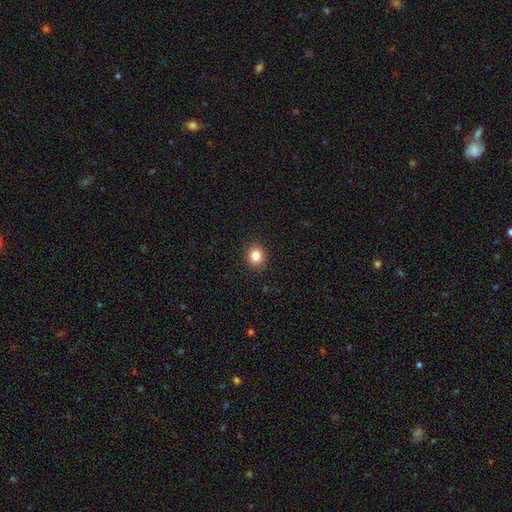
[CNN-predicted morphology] smooth_or_featured: smooth (p=0.84) [alt: star or artifact p=0.11]
how_rounded: round (p=0.81) [alt: in between p=0.18]
merging: none (p=0.91) [alt: minor disturbance p=0.06]